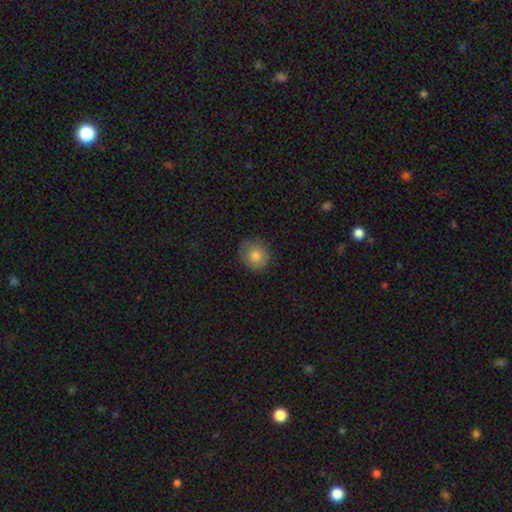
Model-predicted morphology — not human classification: A smooth galaxy with no disk features (82%) that is round (81%). Merging: none (81%).